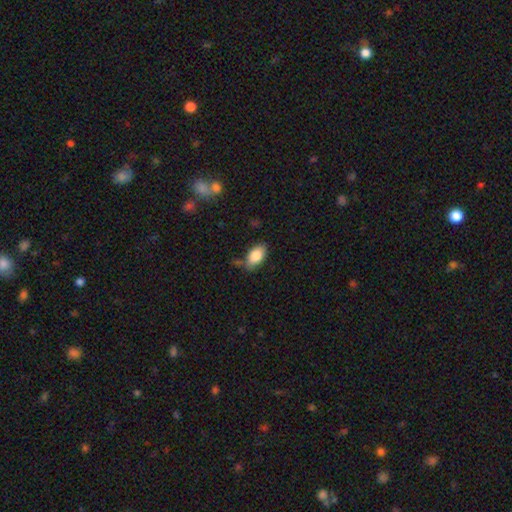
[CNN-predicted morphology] Smooth or featured? Predicted: smooth (p=0.84). How rounded? Predicted: in between (p=0.93). Merging? Predicted: none (p=0.71).